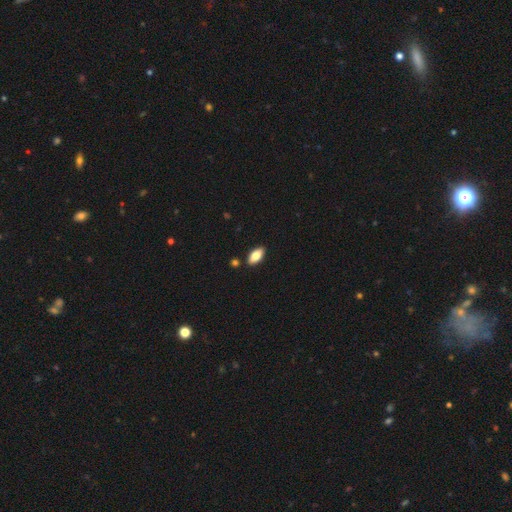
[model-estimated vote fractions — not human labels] A smooth galaxy with no disk features (80%) that is in between round and cigar-shaped (90%). Merging: none (87%).